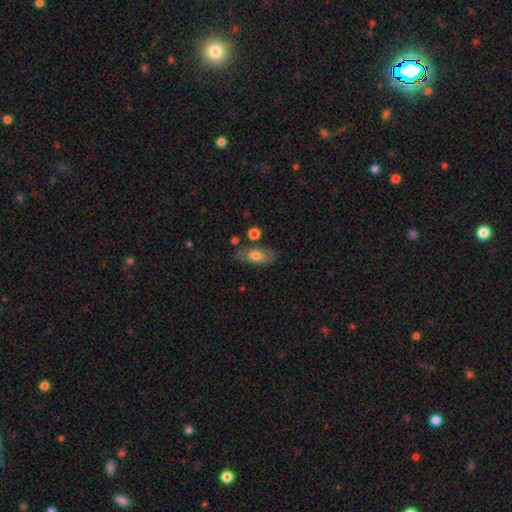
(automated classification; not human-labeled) Smooth or featured? smooth (66%)
How rounded? in between (82%)
Merging? none (70%)